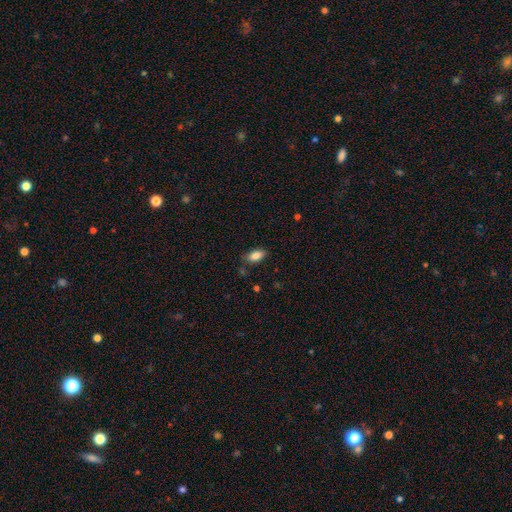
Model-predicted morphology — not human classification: Overall: smooth (85%). How rounded: in between (90%). Merging: none (80%).